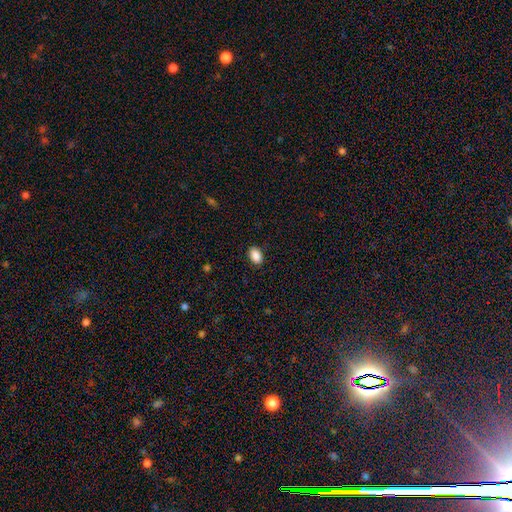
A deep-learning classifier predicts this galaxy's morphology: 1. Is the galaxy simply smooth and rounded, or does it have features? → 89% smooth, 8% star or artifact, 3% featured or disk.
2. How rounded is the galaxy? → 83% in between, 15% round, 1% cigar-shaped.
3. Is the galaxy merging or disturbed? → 88% none, 9% minor disturbance, 2% major disturbance, 1% merger.